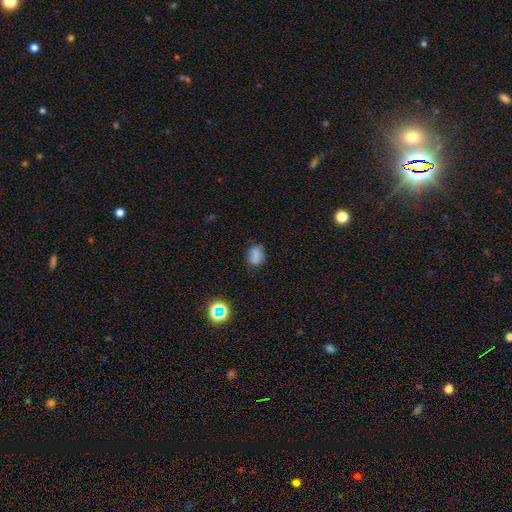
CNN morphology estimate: Overall: smooth (77%). How rounded: in between (71%). Merging: none (73%).